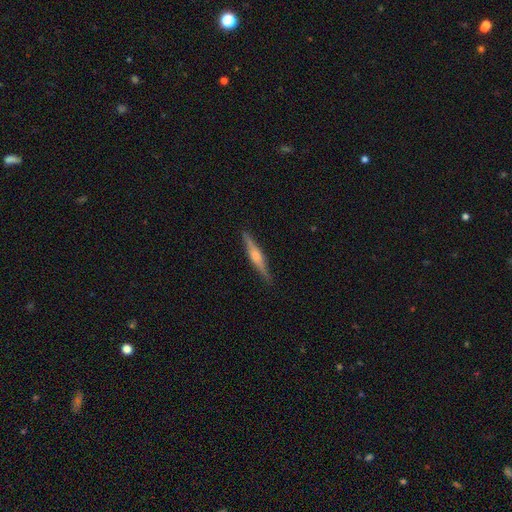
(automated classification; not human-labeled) This appears to be a featured or disk galaxy (63%) viewed edge-on (97%) with a rounded central bulge (65%). Merging: none (89%).